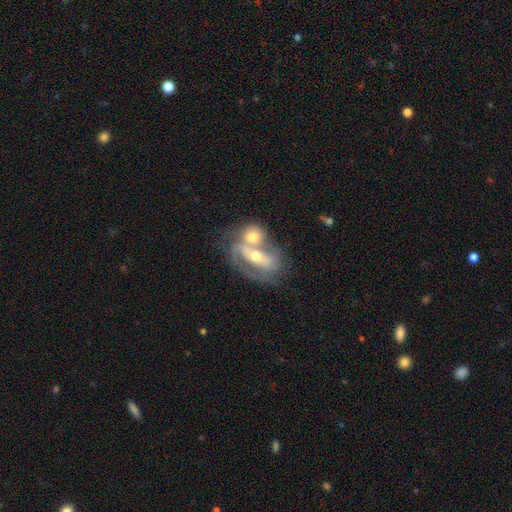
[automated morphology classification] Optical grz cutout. It shows a featured or disk galaxy (76%) with a strong bar (38%), 2 (60%) medium (41%) spiral arms (78%) and a moderate central bulge (63%). Merging: merger (64%).